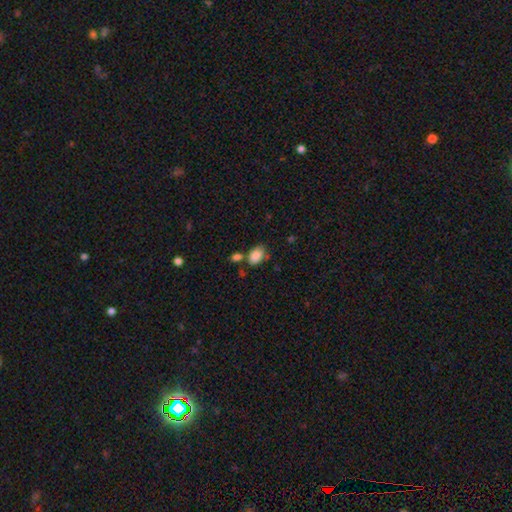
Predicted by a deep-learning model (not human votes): Morphology: type=smooth (86%); roundness=in between (85%); merging=none (58%).